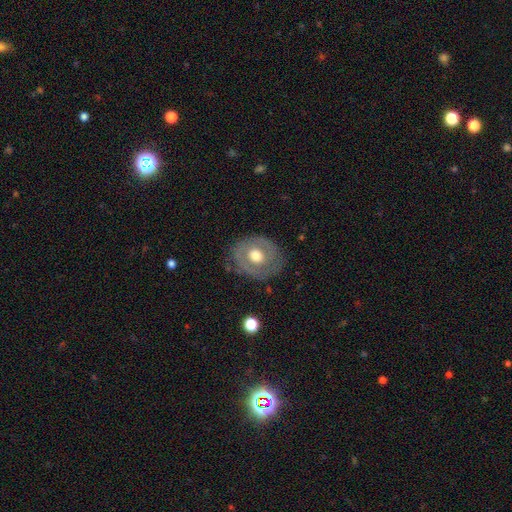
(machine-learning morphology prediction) smooth-or-featured: featured or disk: 49% | smooth: 44% | star or artifact: 6%
  merging: none: 76% | minor disturbance: 16% | major disturbance: 7% | merger: 1%